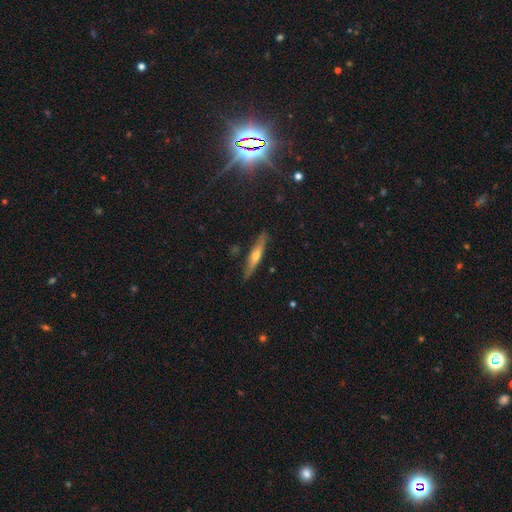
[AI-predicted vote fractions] This appears to be a featured or disk galaxy (59%) viewed edge-on (94%) with a rounded central bulge (83%). Merging: none (88%).